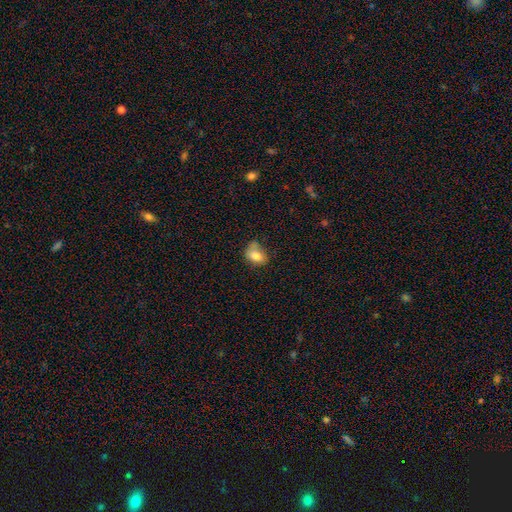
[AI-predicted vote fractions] Smooth or featured? Predicted: smooth (p=0.79). How rounded? Predicted: in between (p=0.70). Merging? Predicted: none (p=0.45).